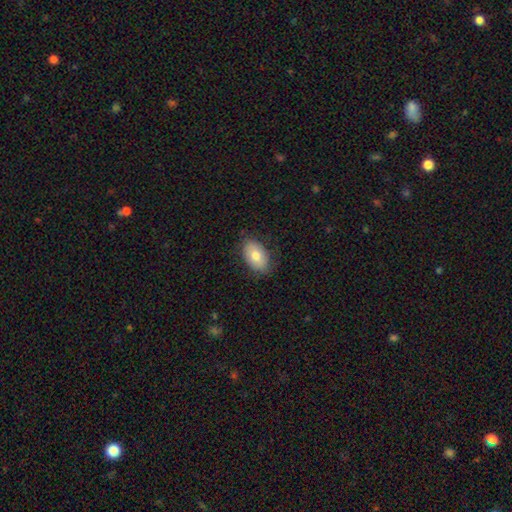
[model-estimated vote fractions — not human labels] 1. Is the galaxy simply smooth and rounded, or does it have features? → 76% smooth, 17% featured or disk, 7% star or artifact.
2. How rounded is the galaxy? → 89% in between, 10% round, 1% cigar-shaped.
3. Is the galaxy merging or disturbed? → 80% none, 15% minor disturbance, 3% major disturbance, 1% merger.